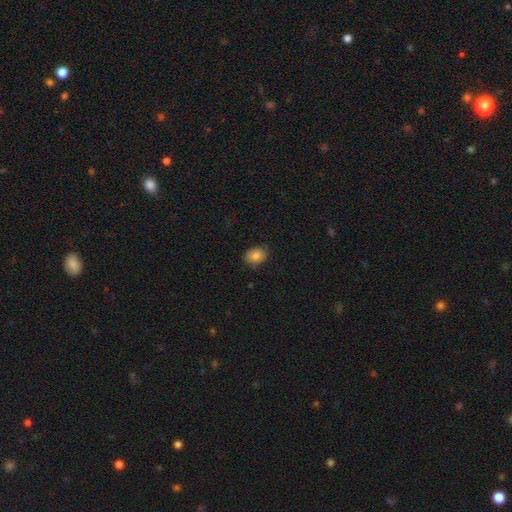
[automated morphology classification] smooth_or_featured: smooth (p=0.83) [alt: star or artifact p=0.09]
how_rounded: in between (p=0.63) [alt: round p=0.36]
merging: none (p=0.82) [alt: minor disturbance p=0.15]